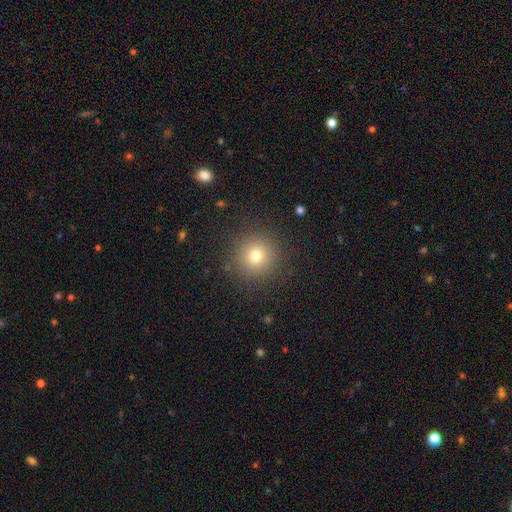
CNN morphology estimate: The model was most divided on "smooth or featured": smooth: 75%, star or artifact: 16%, featured or disk: 9%. More confident: how rounded — round (95%); merging — none (90%).